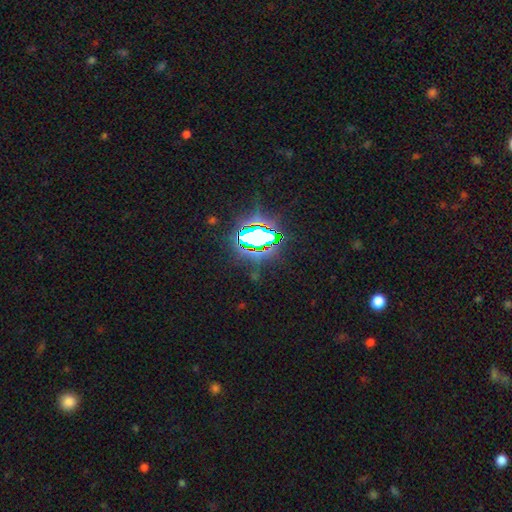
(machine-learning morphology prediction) This appears to be a star or artifact, not a galaxy (79%).